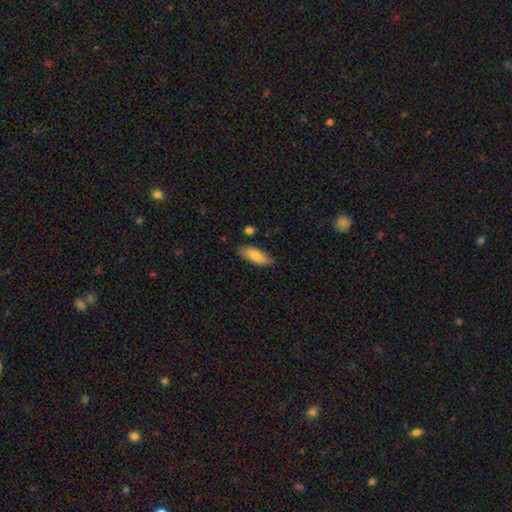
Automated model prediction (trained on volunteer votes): smooth-or-featured: smooth: 80% | featured or disk: 14% | star or artifact: 6%
  how-rounded: in between: 68% | cigar-shaped: 30% | round: 2%
  merging: none: 82% | minor disturbance: 13% | merger: 2% | major disturbance: 2%